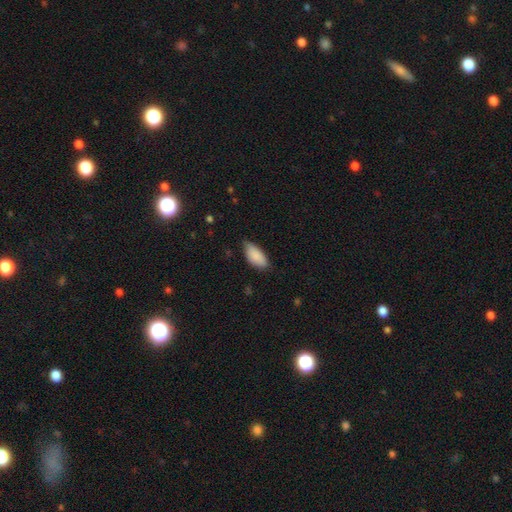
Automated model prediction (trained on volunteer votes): Overall: smooth (88%). How rounded: in between (90%). Merging: none (64%; minor disturbance 31%).